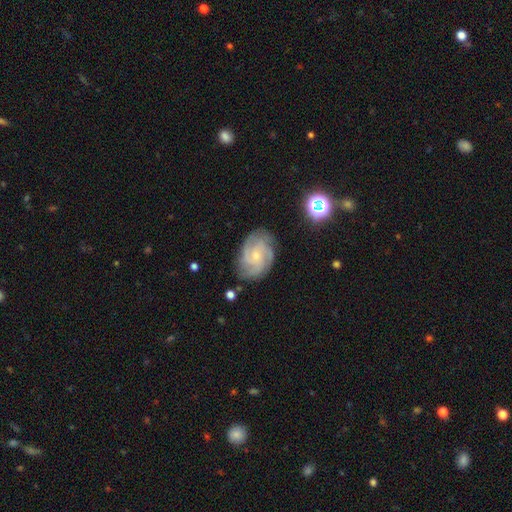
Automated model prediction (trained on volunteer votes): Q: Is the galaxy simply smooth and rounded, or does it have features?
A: featured or disk — 81%.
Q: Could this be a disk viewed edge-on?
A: no — 97%.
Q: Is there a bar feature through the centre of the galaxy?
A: no — 66%.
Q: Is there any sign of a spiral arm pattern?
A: yes — 97%.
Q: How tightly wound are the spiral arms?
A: tight — 57%.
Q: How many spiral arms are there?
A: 4 — 29%.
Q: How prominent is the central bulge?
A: small — 70%.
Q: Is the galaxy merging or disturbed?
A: none — 79%.